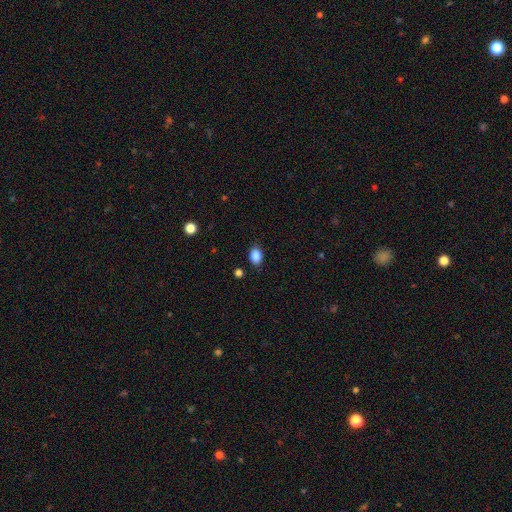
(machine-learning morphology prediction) Smooth or featured? smooth (88%)
How rounded? in between (72%)
Merging? none (85%)